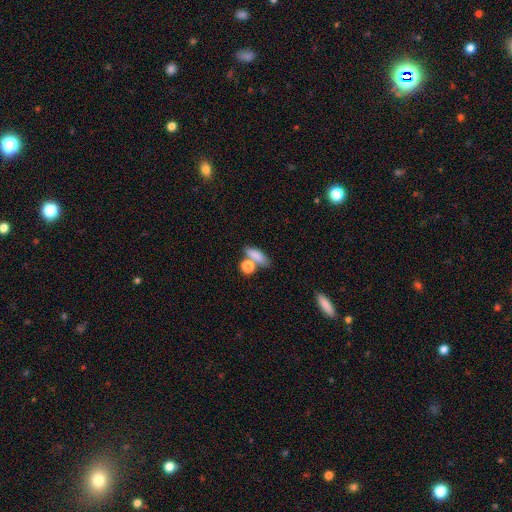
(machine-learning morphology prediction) A smooth galaxy with no disk features (81%) that is in between round and cigar-shaped (63%).

Vote fractions:
- Smooth or featured? smooth: 81% / featured or disk: 10% / star or artifact: 9%
- How rounded? in between: 63% / cigar-shaped: 22% / round: 16%
- Merging? none: 51% / merger: 30% / minor disturbance: 13% / major disturbance: 6%